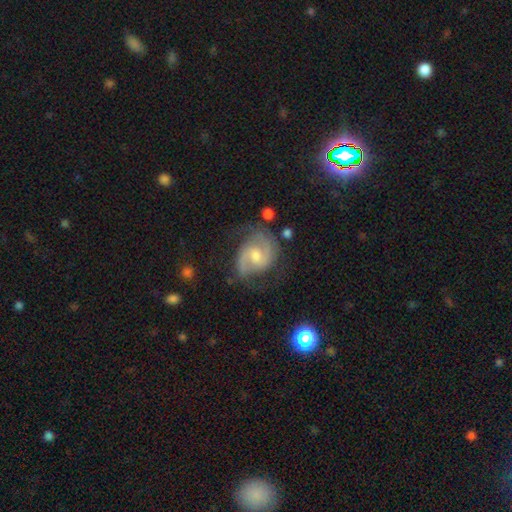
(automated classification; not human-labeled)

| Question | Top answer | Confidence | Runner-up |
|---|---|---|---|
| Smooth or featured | featured or disk | 85% | smooth (9%) |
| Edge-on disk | no | 98% | yes (2%) |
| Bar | weak | 50% | no (40%) |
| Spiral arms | yes | 96% | no (4%) |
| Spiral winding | medium | 52% | tight (30%) |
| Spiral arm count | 2 | 85% | can't tell (6%) |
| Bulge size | moderate | 55% | small (39%) |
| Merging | none | 66% | minor disturbance (22%) |